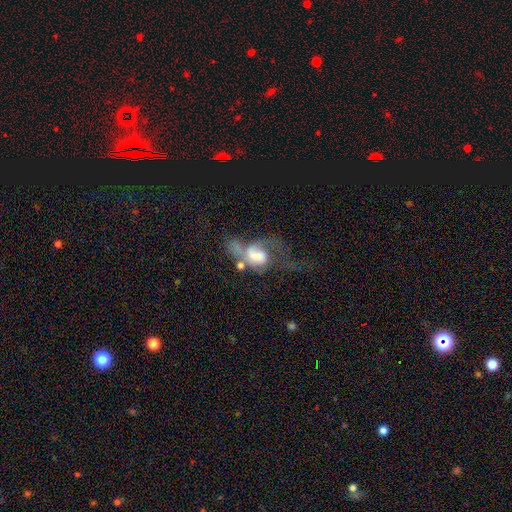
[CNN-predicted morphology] Smooth or featured? featured or disk (56%)
Edge-on disk? no (96%)
Bar? no (61%)
Spiral arms? yes (59%)
Bulge size? large (35%)
Merging? major disturbance (47%)